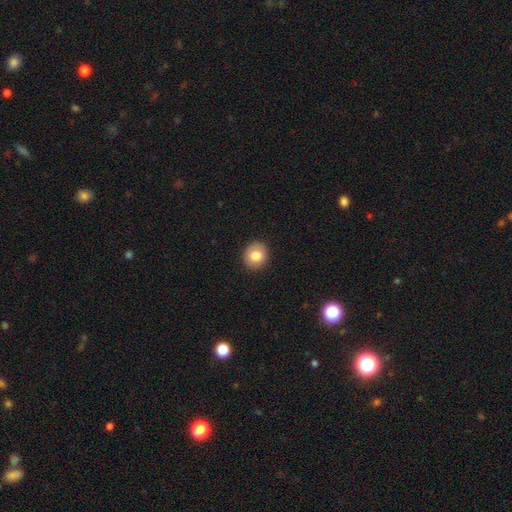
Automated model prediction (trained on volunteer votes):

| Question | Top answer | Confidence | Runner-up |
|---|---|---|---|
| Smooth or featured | smooth | 80% | featured or disk (12%) |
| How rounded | round | 79% | in between (20%) |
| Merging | none | 91% | minor disturbance (6%) |